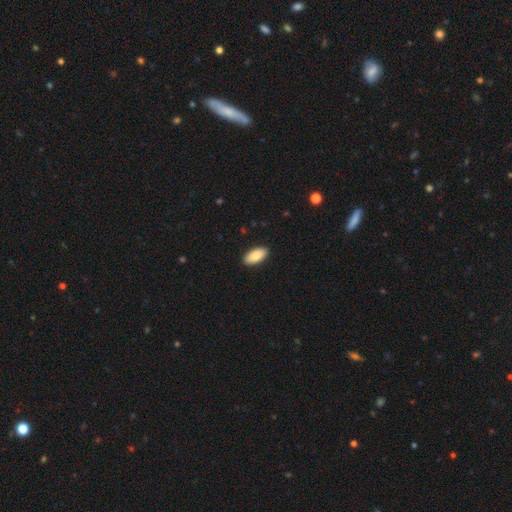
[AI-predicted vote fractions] smooth-or-featured: smooth: 86% | featured or disk: 8% | star or artifact: 6%
  how-rounded: in between: 94% | cigar-shaped: 4% | round: 2%
  merging: none: 90% | minor disturbance: 7% | major disturbance: 2% | merger: 1%